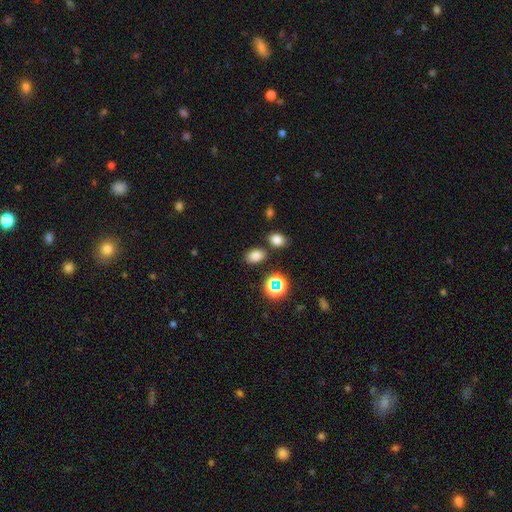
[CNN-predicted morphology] This is likely a smooth galaxy (76%). How rounded: likely in between (79%). Merging: likely none (79%).